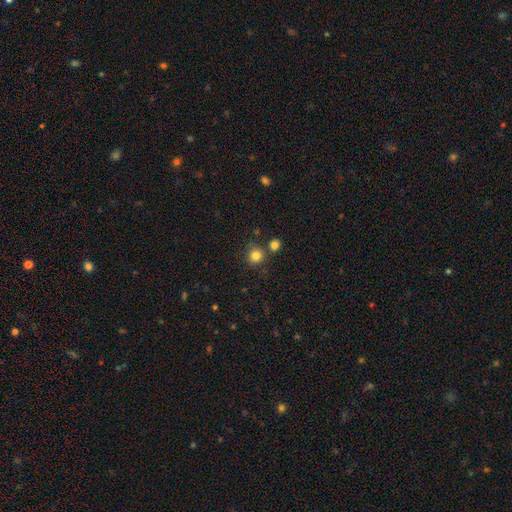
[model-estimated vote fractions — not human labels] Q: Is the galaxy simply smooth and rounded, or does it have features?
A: smooth — 83%.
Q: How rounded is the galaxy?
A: round — 91%.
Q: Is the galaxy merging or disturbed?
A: none — 75%.